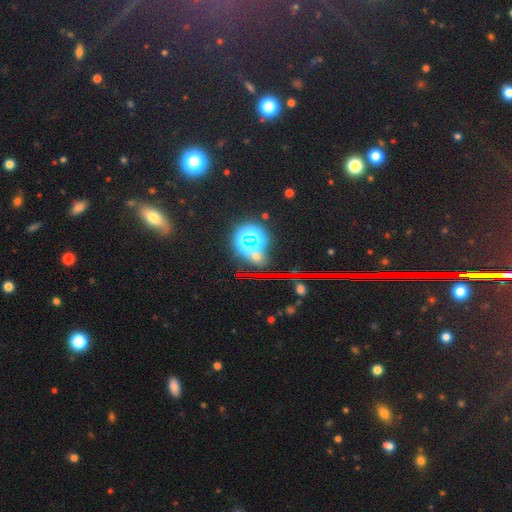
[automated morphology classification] This appears to be a star or artifact, not a galaxy (74%).